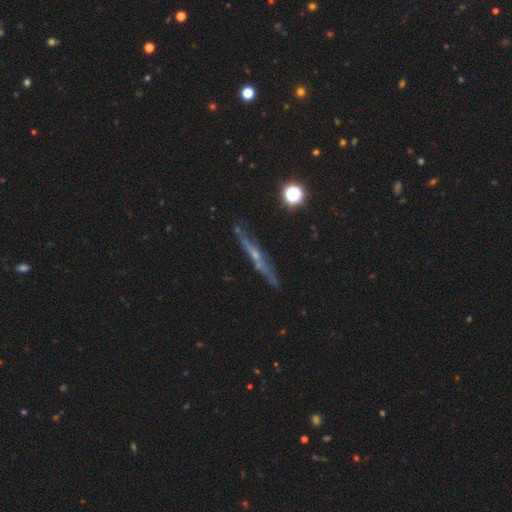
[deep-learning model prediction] Q: Smooth or featured?
A: featured or disk (67%); runner-up: smooth (22%)
Q: Edge-on disk?
A: yes (91%); runner-up: no (9%)
Q: Edge-on bulge?
A: rounded (48%); runner-up: none (45%)
Q: Merging?
A: none (80%); runner-up: minor disturbance (14%)